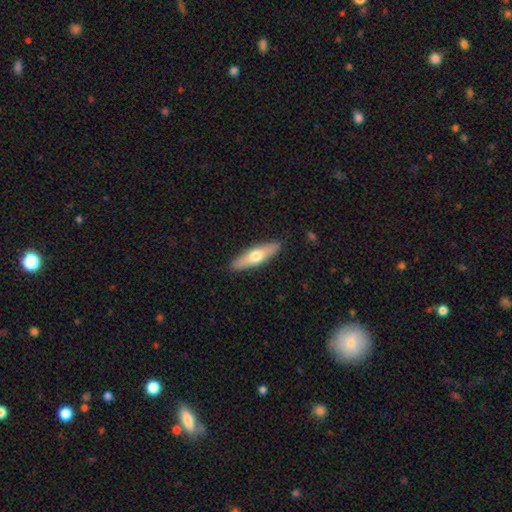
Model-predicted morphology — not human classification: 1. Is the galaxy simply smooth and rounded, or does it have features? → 56% smooth, 39% featured or disk, 5% star or artifact.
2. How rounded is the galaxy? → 66% cigar-shaped, 31% in between, 2% round.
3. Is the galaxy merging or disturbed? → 89% none, 8% minor disturbance, 2% major disturbance, 1% merger.